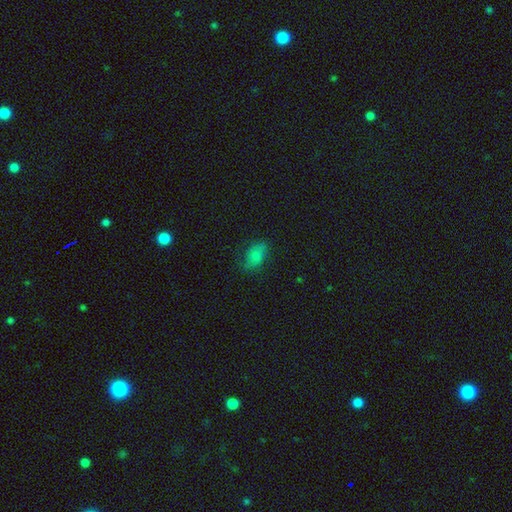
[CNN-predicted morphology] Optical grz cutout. It shows a smooth galaxy with no disk features (76%) that is in between round and cigar-shaped (87%). Merging: none (68%).